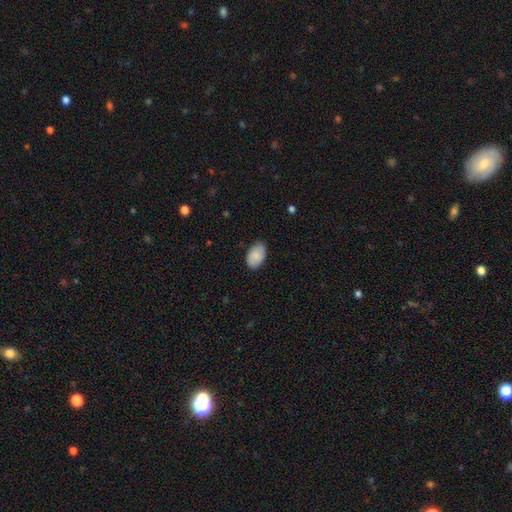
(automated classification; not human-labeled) Smooth or featured? smooth (85%)
How rounded? in between (93%)
Merging? none (84%)